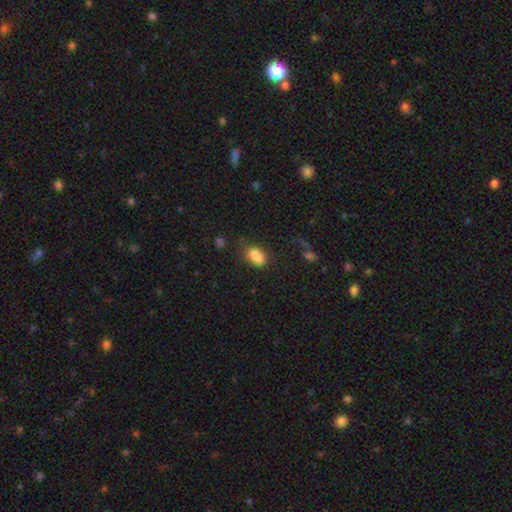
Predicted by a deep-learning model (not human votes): A smooth galaxy with no disk features (74%) that is in between round and cigar-shaped (60%).

Vote fractions:
- Smooth or featured? smooth: 74% / featured or disk: 16% / star or artifact: 10%
- How rounded? in between: 60% / round: 38% / cigar-shaped: 2%
- Merging? merger: 49% / none: 30% / minor disturbance: 14% / major disturbance: 7%